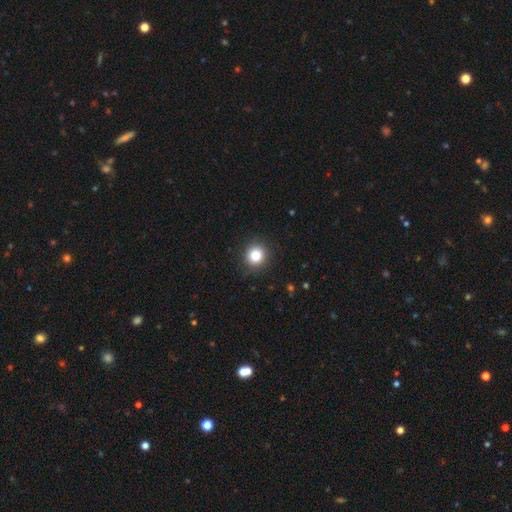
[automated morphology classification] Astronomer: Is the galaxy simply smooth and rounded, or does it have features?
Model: smooth — 83%.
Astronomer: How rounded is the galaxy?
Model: round — 90%.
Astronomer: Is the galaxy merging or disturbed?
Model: none — 89%.